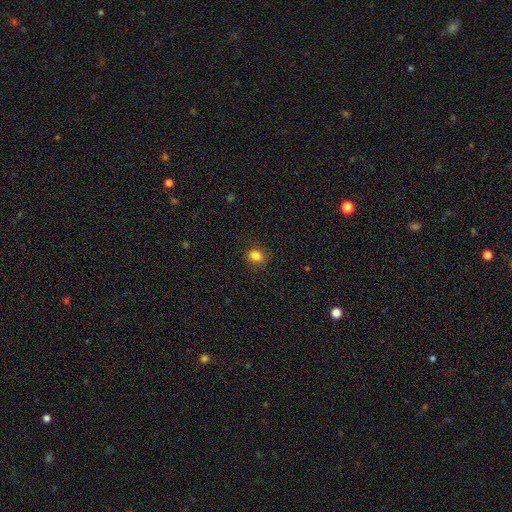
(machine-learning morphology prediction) type=smooth (83%); roundness=round (61%); merging=none (85%).